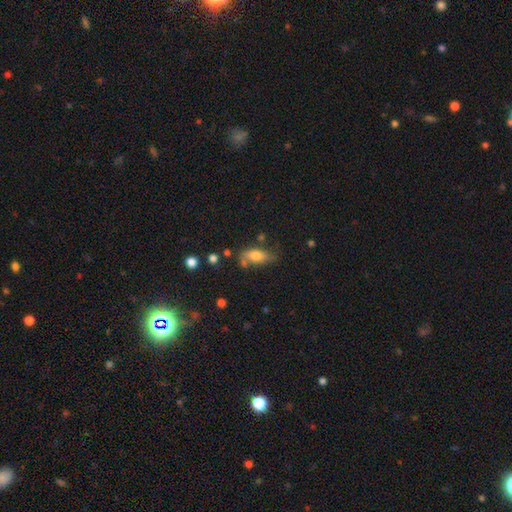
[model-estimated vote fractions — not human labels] This appears to be a smooth galaxy with no disk features (66%) that is in between round and cigar-shaped (82%). Merging: none (57%).